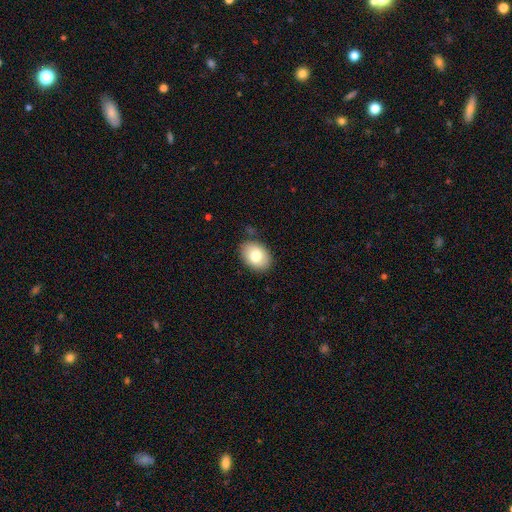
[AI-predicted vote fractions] This is likely a smooth galaxy (79%). How rounded: likely in between (77%). Merging: clearly none (85%).